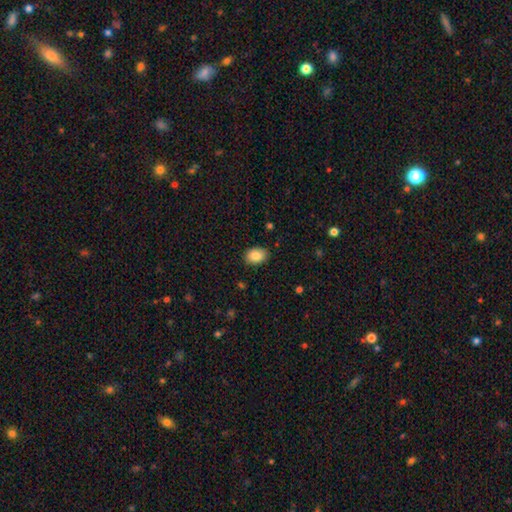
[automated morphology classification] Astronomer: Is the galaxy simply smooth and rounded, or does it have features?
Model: smooth — 87%.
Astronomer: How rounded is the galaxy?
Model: in between — 79%.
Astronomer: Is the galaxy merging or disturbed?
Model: none — 85%.